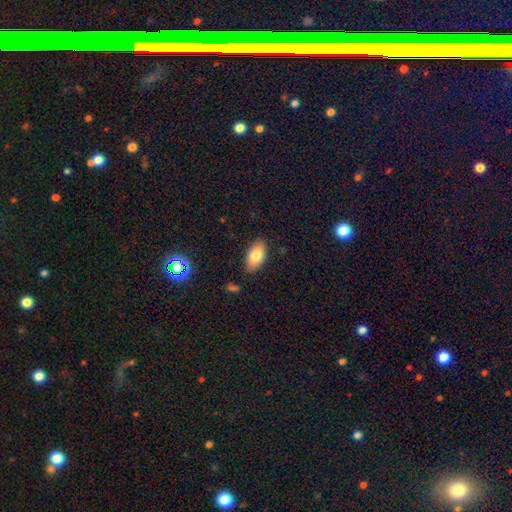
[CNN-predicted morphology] Overall: smooth (79%). How rounded: in between (93%). Merging: none (85%).